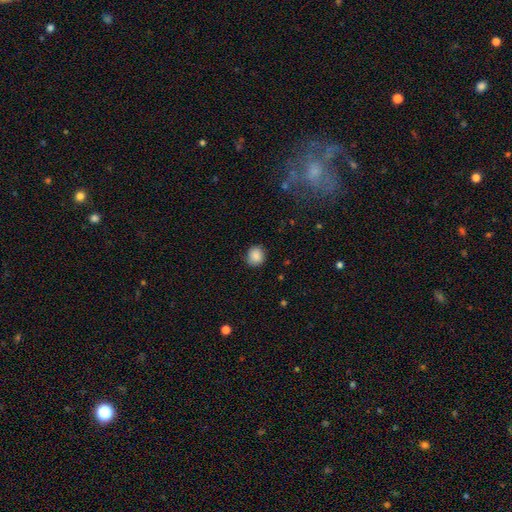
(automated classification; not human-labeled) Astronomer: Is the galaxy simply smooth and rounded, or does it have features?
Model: smooth — 88%.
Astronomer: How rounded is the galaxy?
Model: round — 84%.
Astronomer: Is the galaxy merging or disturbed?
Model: none — 85%.